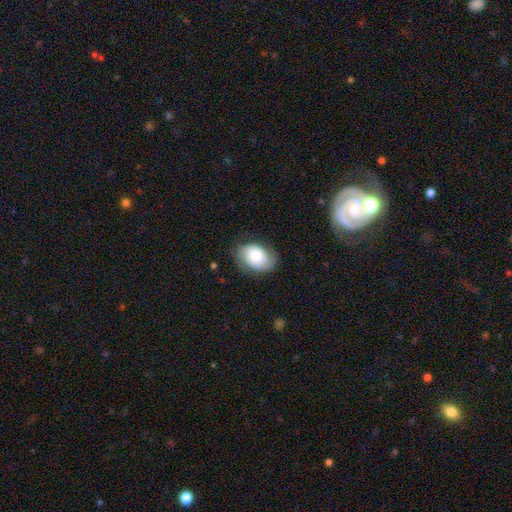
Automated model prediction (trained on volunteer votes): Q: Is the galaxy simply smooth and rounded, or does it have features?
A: smooth — 77%.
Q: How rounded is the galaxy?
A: in between — 83%.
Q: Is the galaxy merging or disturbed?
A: none — 72%.